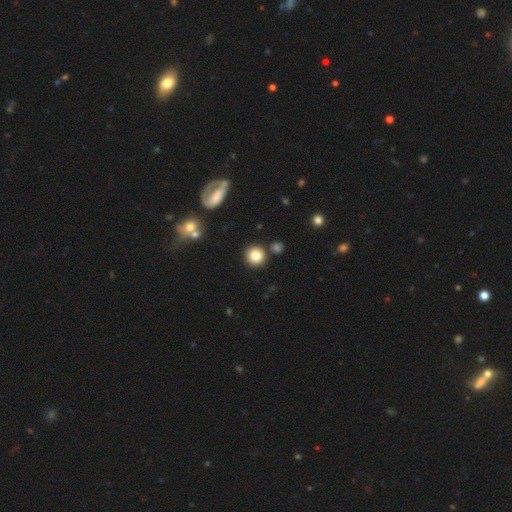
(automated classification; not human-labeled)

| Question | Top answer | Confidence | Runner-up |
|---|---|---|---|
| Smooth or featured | smooth | 85% | star or artifact (10%) |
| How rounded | round | 93% | in between (6%) |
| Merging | none | 82% | minor disturbance (8%) |